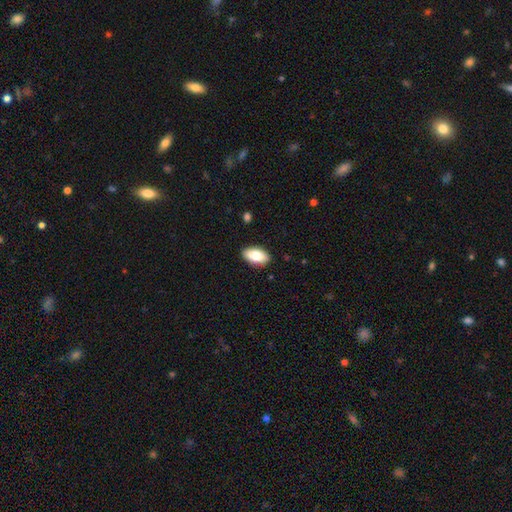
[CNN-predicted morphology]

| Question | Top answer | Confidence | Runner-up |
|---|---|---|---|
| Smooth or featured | smooth | 80% | featured or disk (13%) |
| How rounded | in between | 93% | round (4%) |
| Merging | none | 89% | minor disturbance (8%) |